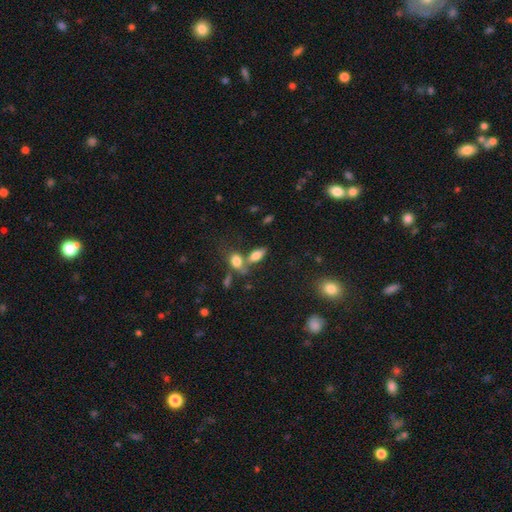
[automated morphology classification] Q: Smooth or featured?
A: smooth (77%); runner-up: featured or disk (13%)
Q: How rounded?
A: in between (83%); runner-up: cigar-shaped (10%)
Q: Merging?
A: none (47%); runner-up: merger (37%)